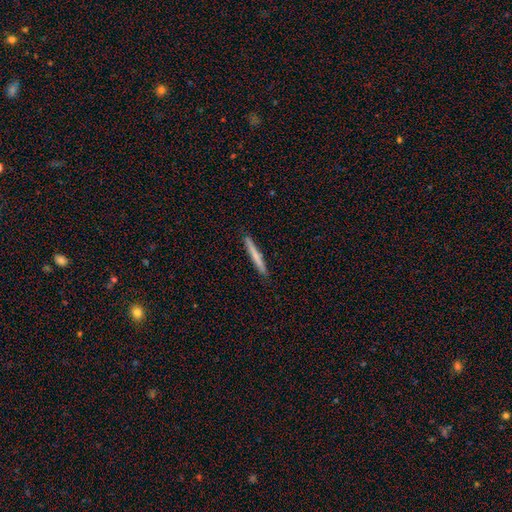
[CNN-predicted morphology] This appears to be a smooth galaxy with no disk features (67%) that is cigar-shaped (97%). Merging: none (91%).